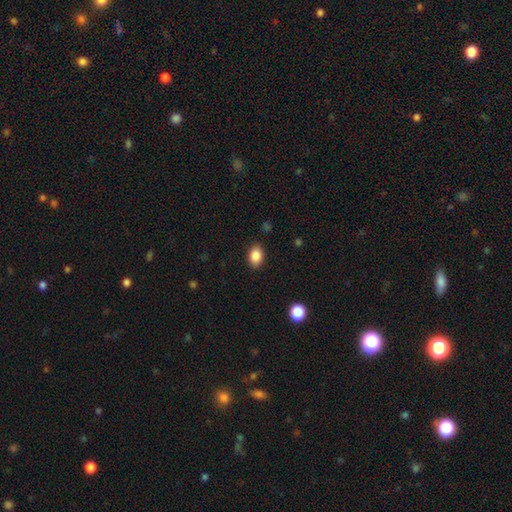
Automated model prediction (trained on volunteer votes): Smooth or featured? smooth (87%)
How rounded? in between (83%)
Merging? none (87%)